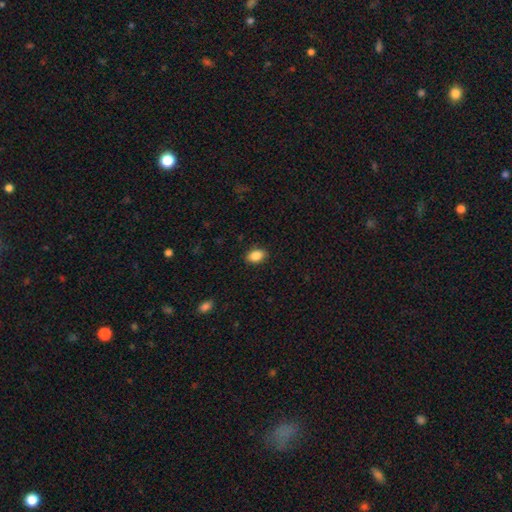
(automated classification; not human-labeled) Overall: smooth (87%). How rounded: in between (87%). Merging: none (89%).